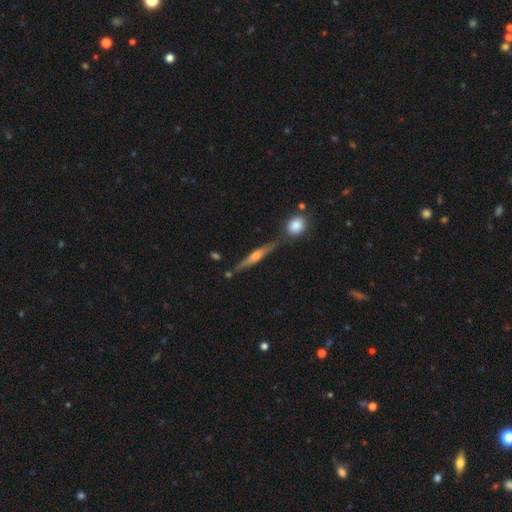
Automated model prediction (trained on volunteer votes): A featured or disk galaxy (78%) viewed edge-on (97%) with a rounded central bulge (81%). Merging: none (80%).